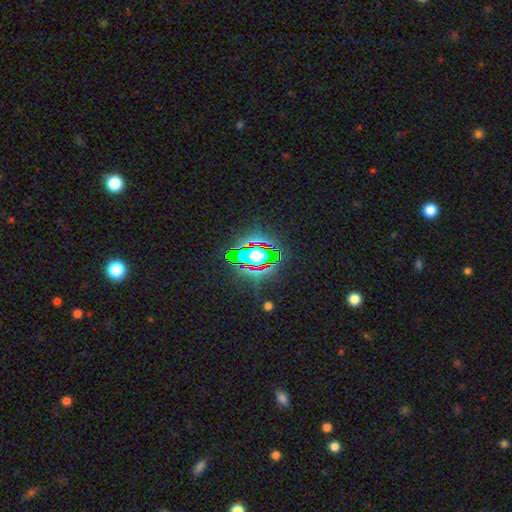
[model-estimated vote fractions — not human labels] Smooth or featured: star or artifact — 65% (smooth — 20%)